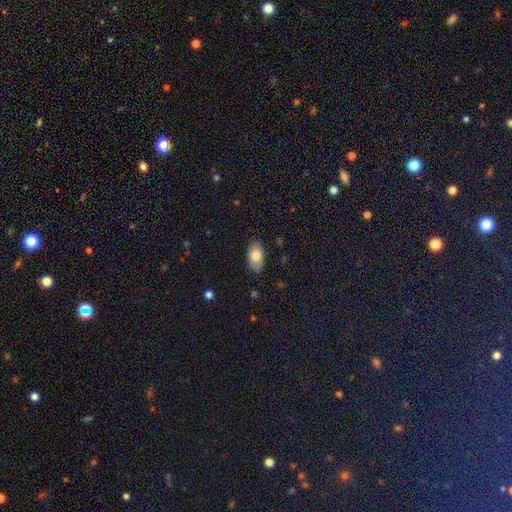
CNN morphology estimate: A smooth galaxy with no disk features (79%) that is in between round and cigar-shaped (93%).

Vote fractions:
- Smooth or featured? smooth: 79% / featured or disk: 14% / star or artifact: 7%
- How rounded? in between: 93% / round: 4% / cigar-shaped: 2%
- Merging? none: 84% / minor disturbance: 13% / major disturbance: 3% / merger: 1%